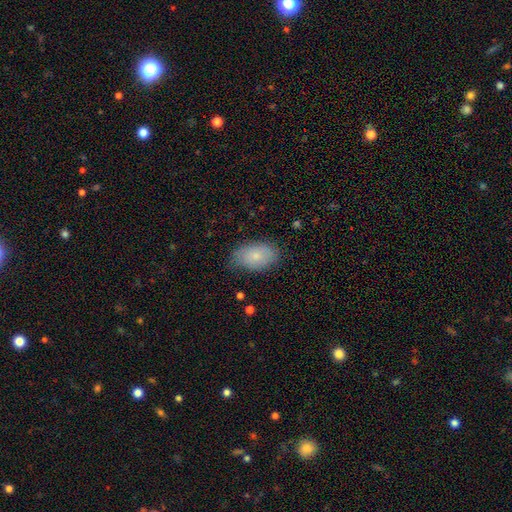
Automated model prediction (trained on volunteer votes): Smooth or featured? smooth (77%)
How rounded? in between (92%)
Merging? none (75%)